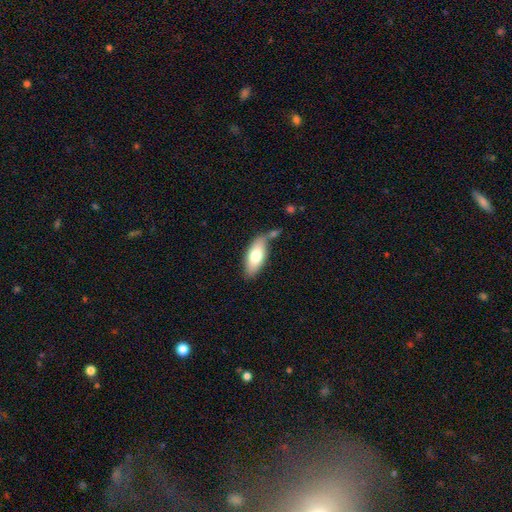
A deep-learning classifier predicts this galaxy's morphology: smooth_or_featured: smooth (p=0.74) [alt: featured or disk p=0.20]
how_rounded: in between (p=0.85) [alt: cigar-shaped p=0.13]
merging: none (p=0.57) [alt: minor disturbance p=0.19]